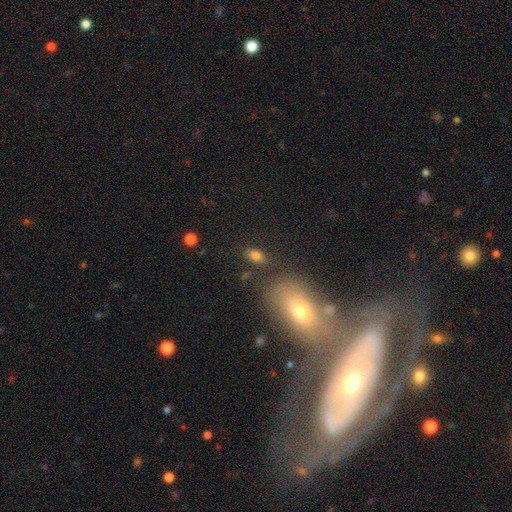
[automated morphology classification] smooth 78%, star or artifact 11%, featured or disk 10%. Down the decision tree: how rounded — in between (86%); merging — none (80%).